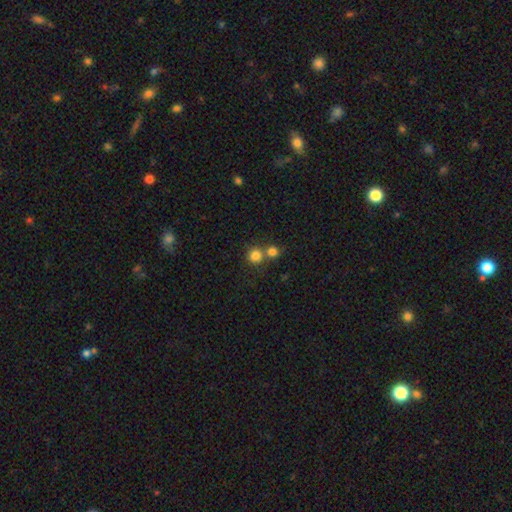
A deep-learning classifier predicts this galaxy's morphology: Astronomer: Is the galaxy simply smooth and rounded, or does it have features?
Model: smooth — 81%.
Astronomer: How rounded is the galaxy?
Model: round — 91%.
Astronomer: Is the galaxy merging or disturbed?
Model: none — 58% (runner-up: merger, 34%).